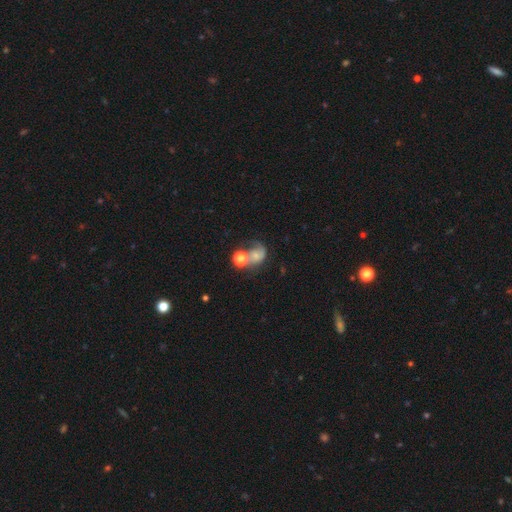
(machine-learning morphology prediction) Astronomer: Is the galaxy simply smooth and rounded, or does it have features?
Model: featured or disk — 45% (runner-up: smooth, 42%).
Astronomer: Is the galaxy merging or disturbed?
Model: merger — 30% (runner-up: none, 29%).